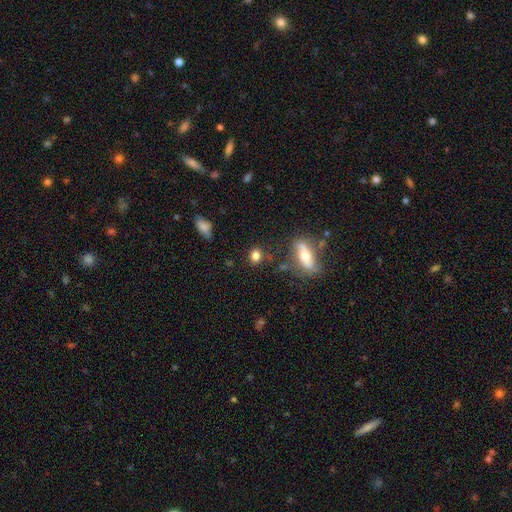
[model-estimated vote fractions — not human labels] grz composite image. It shows a smooth galaxy with no disk features (81%) that is round (60%). Merging: none (77%).